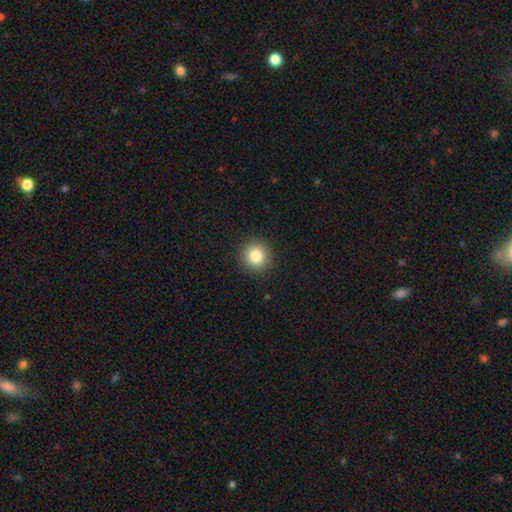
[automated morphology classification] A smooth galaxy with no disk features (83%) that is round (93%).

Vote fractions:
- Smooth or featured? smooth: 83% / star or artifact: 10% / featured or disk: 6%
- How rounded? round: 93% / in between: 6% / cigar-shaped: 1%
- Merging? none: 91% / minor disturbance: 6% / major disturbance: 2% / merger: 1%